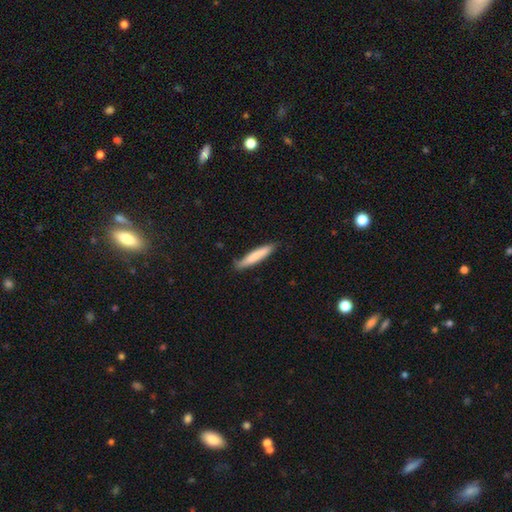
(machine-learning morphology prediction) This appears to be a smooth galaxy with no disk features (76%) that is cigar-shaped (90%). Merging: none (78%).